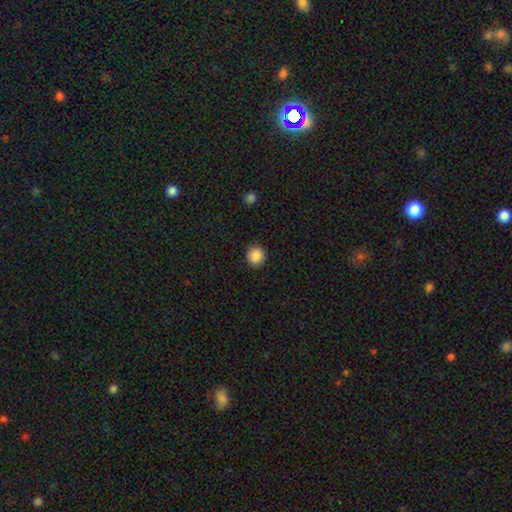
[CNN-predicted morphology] This is clearly a smooth galaxy (88%). How rounded: clearly round (91%). Merging: clearly none (91%).